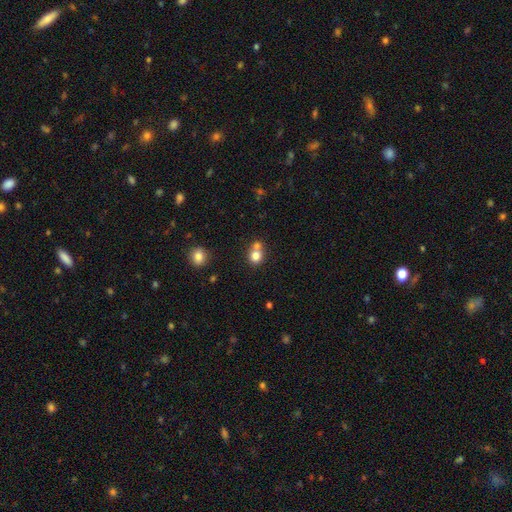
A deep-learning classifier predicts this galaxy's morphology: The model was most divided on "merging": merger: 45%, none: 44%, minor disturbance: 8%, major disturbance: 3%. More confident: how rounded — round (79%); smooth or featured — smooth (79%).